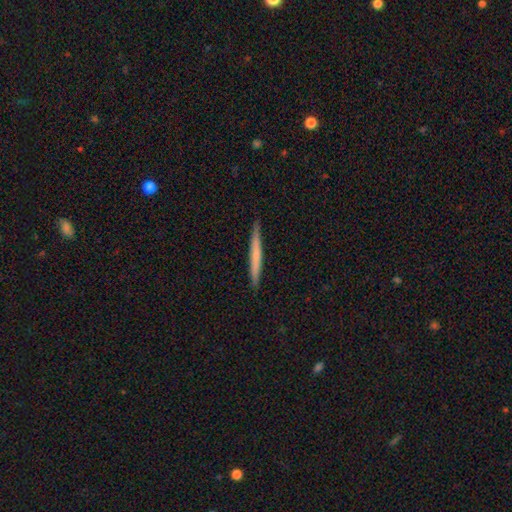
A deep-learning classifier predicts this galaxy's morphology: Overall: smooth (59%; featured or disk 36%). How rounded: cigar-shaped (97%). Merging: none (91%).